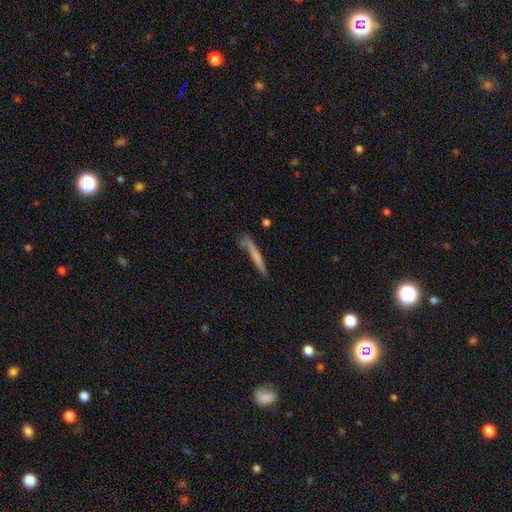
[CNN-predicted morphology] smooth_or_featured: smooth (p=0.67) [alt: featured or disk p=0.26]
how_rounded: cigar-shaped (p=0.94) [alt: in between p=0.04]
merging: none (p=0.65) [alt: minor disturbance p=0.20]